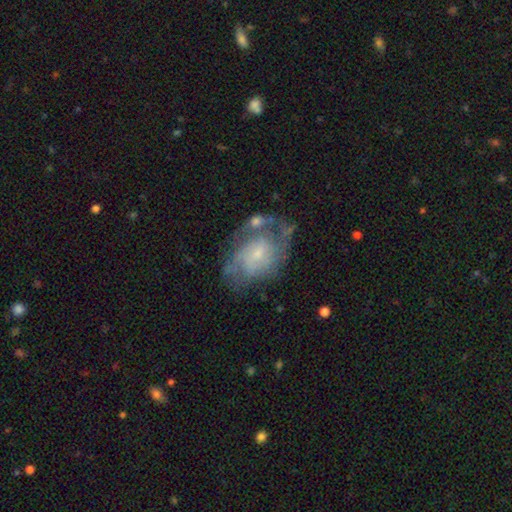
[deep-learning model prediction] This appears to be a featured or disk galaxy (72%) with no bar (63%), tight (42%) spiral arms (79%) and a small central bulge (67%). Merging: none (50%).